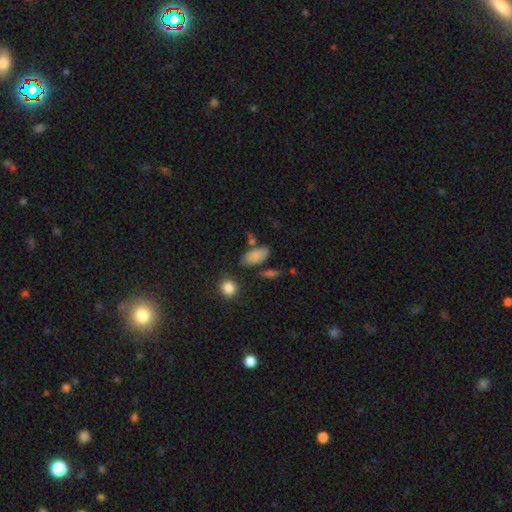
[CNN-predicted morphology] Overall: smooth (82%). How rounded: in between (90%). Merging: none (65%).